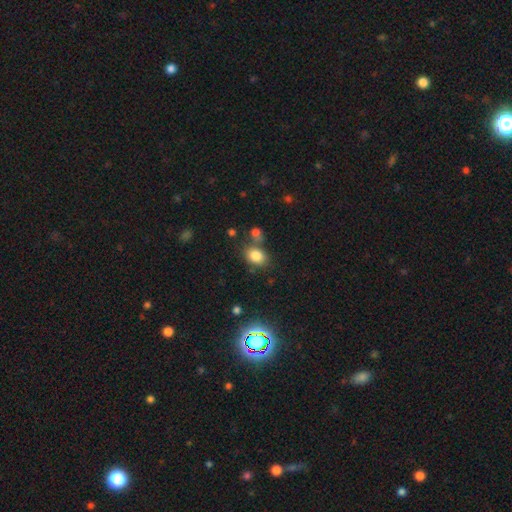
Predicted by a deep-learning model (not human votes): A smooth galaxy with no disk features (81%) that is in between round and cigar-shaped (58%).

Vote fractions:
- Smooth or featured? smooth: 81% / star or artifact: 12% / featured or disk: 7%
- How rounded? in between: 58% / round: 41% / cigar-shaped: 1%
- Merging? none: 65% / merger: 15% / minor disturbance: 15% / major disturbance: 5%